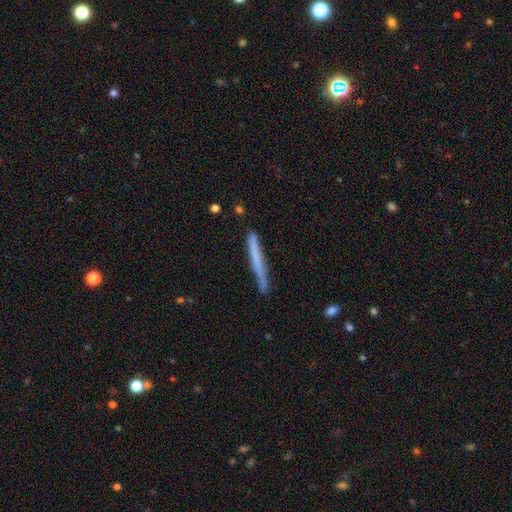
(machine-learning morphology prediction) A smooth galaxy with no disk features (57%) that is cigar-shaped (97%).

Vote fractions:
- Smooth or featured? smooth: 57% / featured or disk: 36% / star or artifact: 7%
- How rounded? cigar-shaped: 97% / in between: 2% / round: 1%
- Merging? none: 84% / minor disturbance: 12% / merger: 2% / major disturbance: 2%